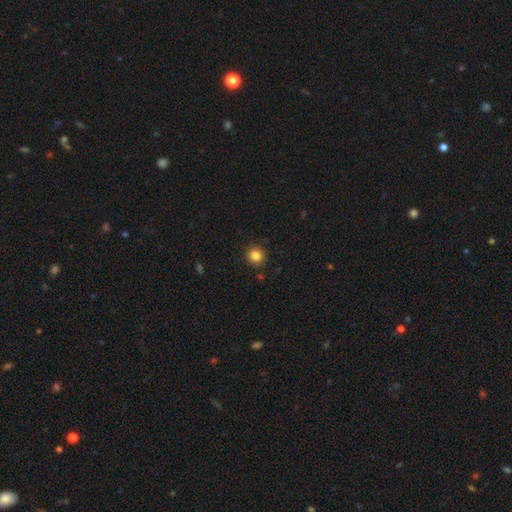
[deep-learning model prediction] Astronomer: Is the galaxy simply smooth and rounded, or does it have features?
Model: smooth — 84%.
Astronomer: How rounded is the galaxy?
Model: round — 91%.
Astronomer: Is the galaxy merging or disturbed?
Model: none — 90%.